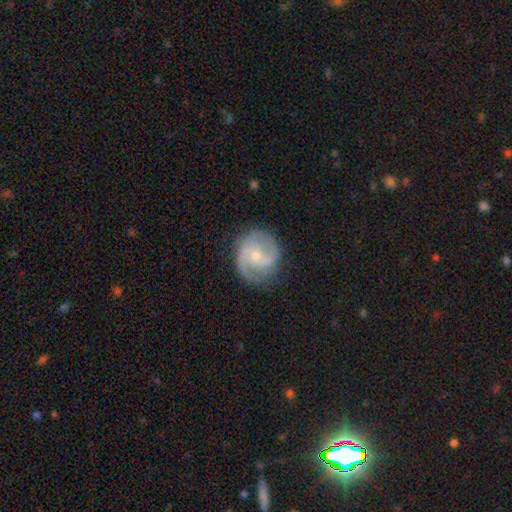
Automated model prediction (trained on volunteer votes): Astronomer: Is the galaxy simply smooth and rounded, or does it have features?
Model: featured or disk — 82%.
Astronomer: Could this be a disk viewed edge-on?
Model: no — 98%.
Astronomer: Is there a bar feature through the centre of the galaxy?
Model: no — 53% (runner-up: weak, 39%).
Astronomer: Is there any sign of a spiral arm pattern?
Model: yes — 96%.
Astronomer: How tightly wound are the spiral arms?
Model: medium — 50% (runner-up: tight, 33%).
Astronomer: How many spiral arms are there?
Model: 2 — 72%.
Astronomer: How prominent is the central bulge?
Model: small — 56% (runner-up: moderate, 40%).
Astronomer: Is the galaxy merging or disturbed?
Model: none — 77%.